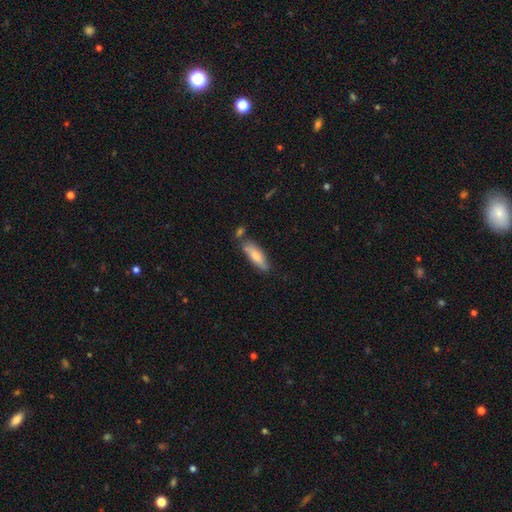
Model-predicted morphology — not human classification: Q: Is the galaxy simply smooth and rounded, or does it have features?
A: smooth — 74%.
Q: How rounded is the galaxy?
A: cigar-shaped — 53%.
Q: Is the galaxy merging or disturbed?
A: none — 67%.